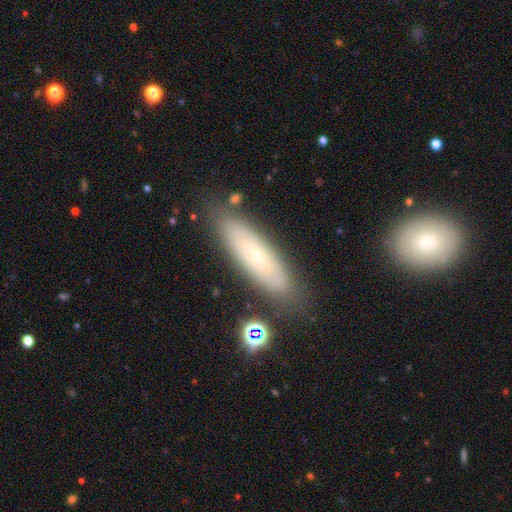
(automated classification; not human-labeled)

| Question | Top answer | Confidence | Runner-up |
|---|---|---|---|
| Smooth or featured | smooth | 63% | featured or disk (29%) |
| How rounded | cigar-shaped | 64% | in between (34%) |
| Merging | none | 83% | minor disturbance (11%) |